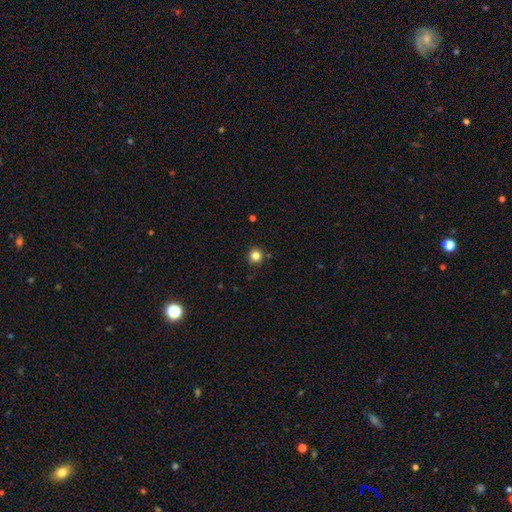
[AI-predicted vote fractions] Q: Smooth or featured?
A: smooth (83%); runner-up: star or artifact (13%)
Q: How rounded?
A: round (94%); runner-up: in between (5%)
Q: Merging?
A: none (90%); runner-up: minor disturbance (6%)